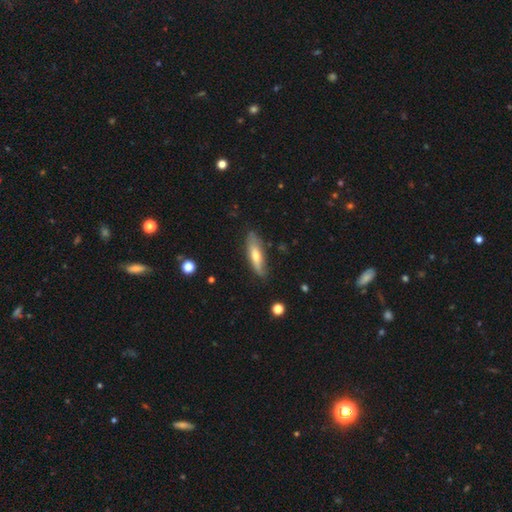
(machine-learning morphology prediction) Smooth or featured? Predicted: smooth (p=0.56). How rounded? Predicted: cigar-shaped (p=0.62). Merging? Predicted: none (p=0.77).